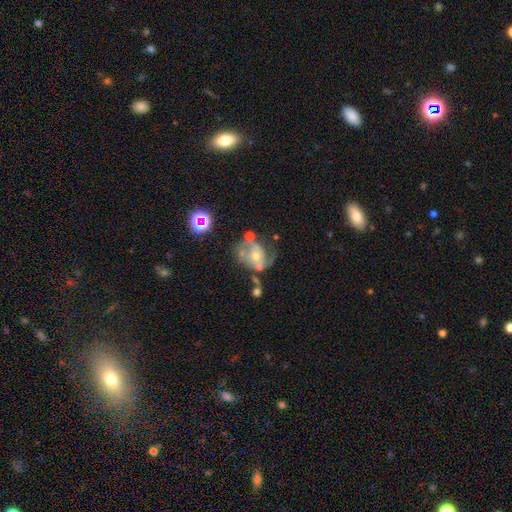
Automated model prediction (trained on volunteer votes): A featured or disk galaxy (63%) with no bar (75%), spiral arms (56%) and a moderate central bulge (61%). Merging: none (32%).